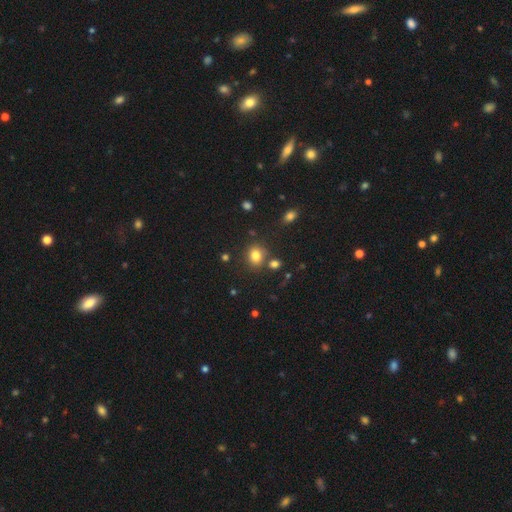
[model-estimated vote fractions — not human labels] smooth_or_featured: smooth (p=0.80) [alt: star or artifact p=0.13]
how_rounded: round (p=0.64) [alt: in between p=0.35]
merging: none (p=0.74) [alt: minor disturbance p=0.12]